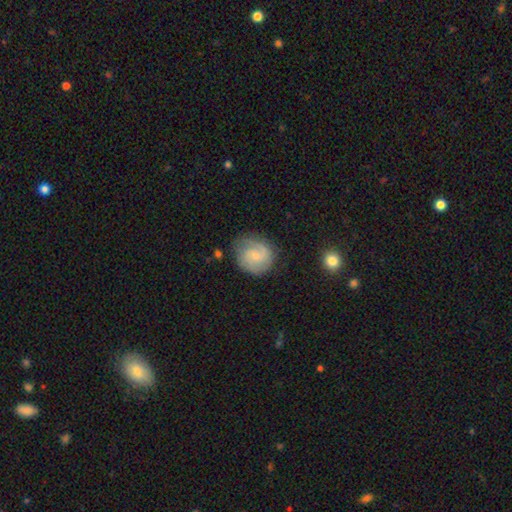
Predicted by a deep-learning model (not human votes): Q: Smooth or featured?
A: featured or disk (59%); runner-up: smooth (34%)
Q: Edge-on disk?
A: no (98%); runner-up: yes (2%)
Q: Bar?
A: no (57%); runner-up: weak (38%)
Q: Spiral arms?
A: yes (90%); runner-up: no (10%)
Q: Spiral winding?
A: tight (42%); tied with: medium (42%)
Q: Spiral arm count?
A: 2 (61%); runner-up: can't tell (18%)
Q: Bulge size?
A: small (65%); runner-up: moderate (22%)
Q: Merging?
A: none (71%); runner-up: minor disturbance (19%)